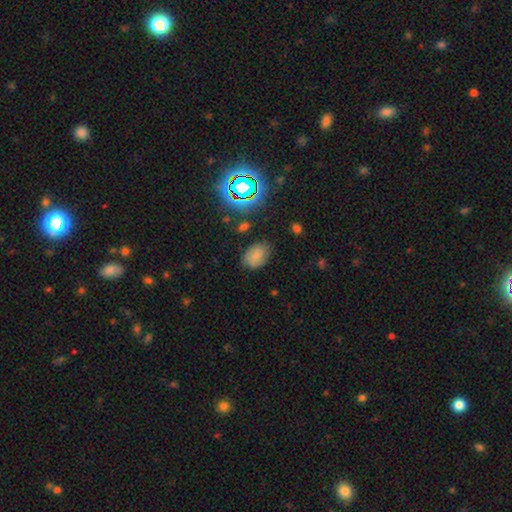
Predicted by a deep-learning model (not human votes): A smooth galaxy with no disk features (70%) that is in between round and cigar-shaped (79%).

Vote fractions:
- Smooth or featured? smooth: 70% / star or artifact: 18% / featured or disk: 12%
- How rounded? in between: 79% / round: 19% / cigar-shaped: 1%
- Merging? none: 75% / minor disturbance: 18% / major disturbance: 5% / merger: 2%